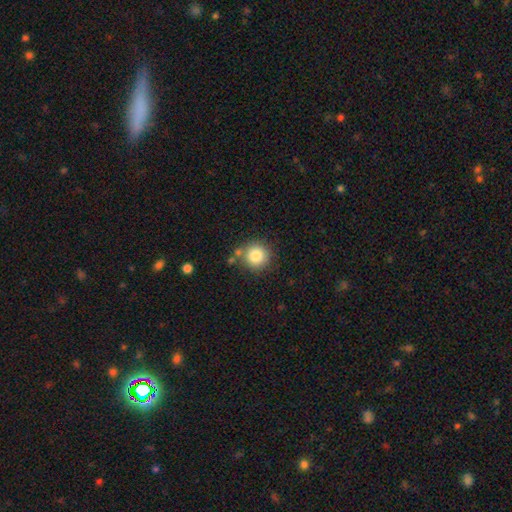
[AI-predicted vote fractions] The model was most divided on "merging": none: 77%, minor disturbance: 11%, merger: 8%, major disturbance: 4%. More confident: how rounded — round (94%); smooth or featured — smooth (82%).